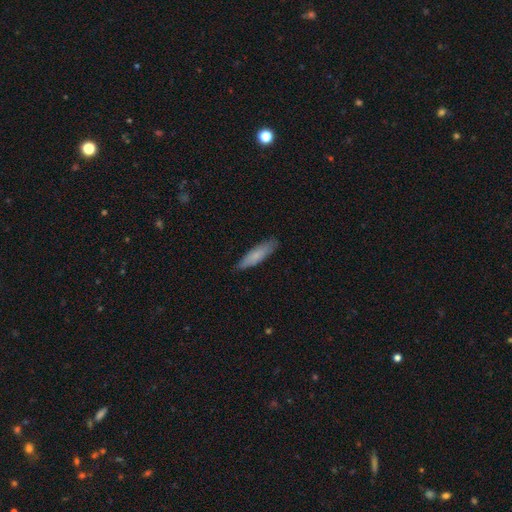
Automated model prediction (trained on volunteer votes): Q: Smooth or featured?
A: smooth (76%); runner-up: featured or disk (18%)
Q: How rounded?
A: cigar-shaped (72%); runner-up: in between (26%)
Q: Merging?
A: none (84%); runner-up: minor disturbance (13%)